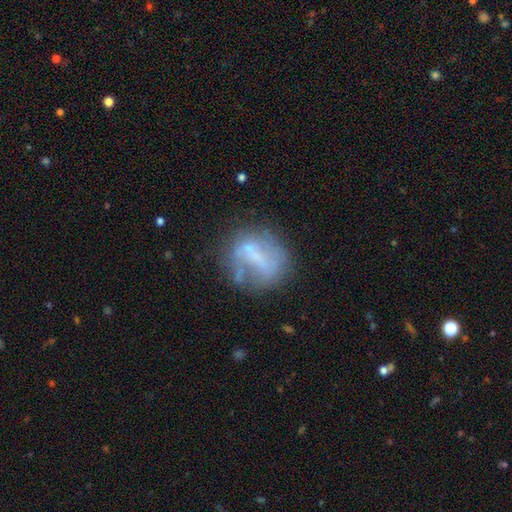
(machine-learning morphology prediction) This is possibly a featured or disk galaxy (53%). It is clearly not viewed edge-on (94%). Bar: marginally strong (36%). Spiral arm pattern: likely no (68%). Central bulge: marginally none (41%). Merging: possibly none (52%).